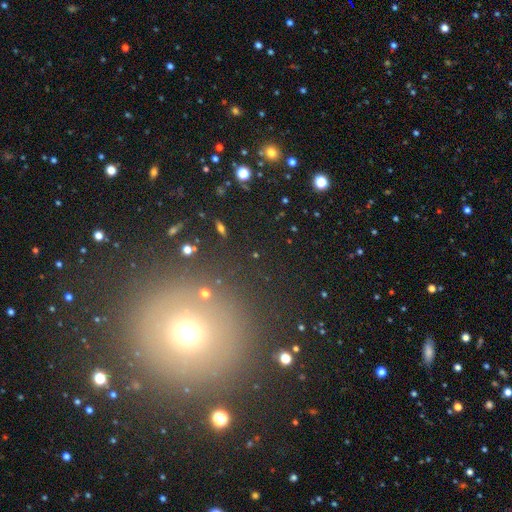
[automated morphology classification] Smooth or featured?
  - star or artifact: 51% *
  - smooth: 36%
  - featured or disk: 13%